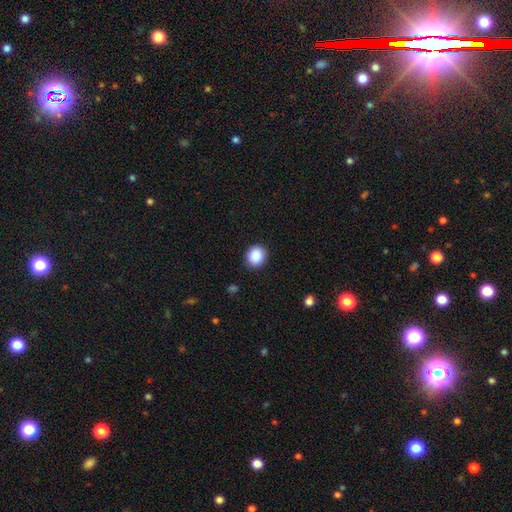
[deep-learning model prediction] This appears to be a smooth galaxy with no disk features (88%) that is round (81%). Merging: none (90%).